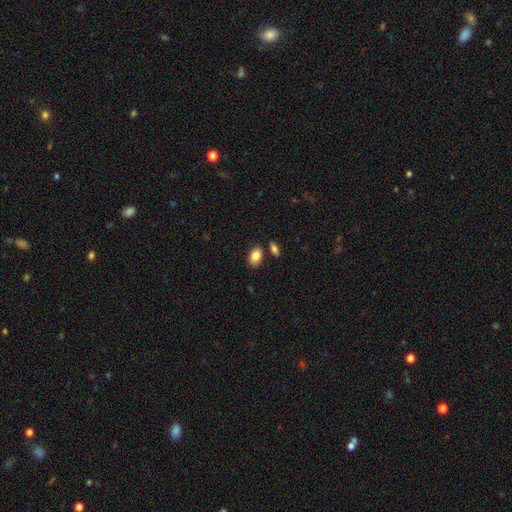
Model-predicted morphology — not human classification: smooth-or-featured: smooth: 85% | star or artifact: 7% | featured or disk: 7%
  how-rounded: in between: 87% | round: 11% | cigar-shaped: 2%
  merging: none: 78% | minor disturbance: 12% | merger: 8% | major disturbance: 3%